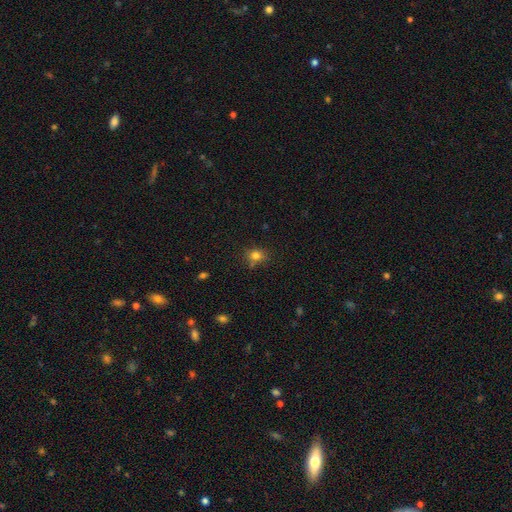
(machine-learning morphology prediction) A smooth galaxy with no disk features (77%) that is round (61%). Merging: none (71%).